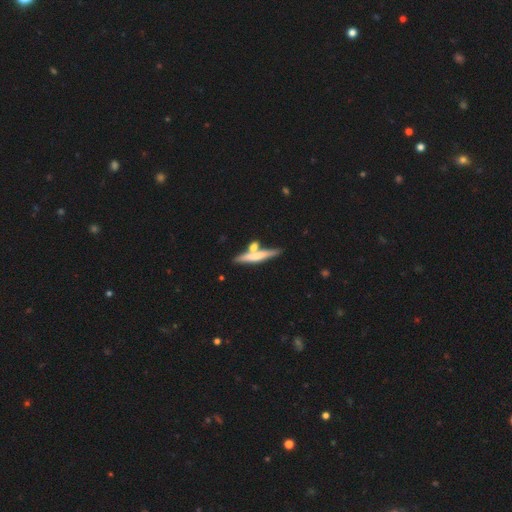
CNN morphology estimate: type=smooth (49%); merging=none (64%).